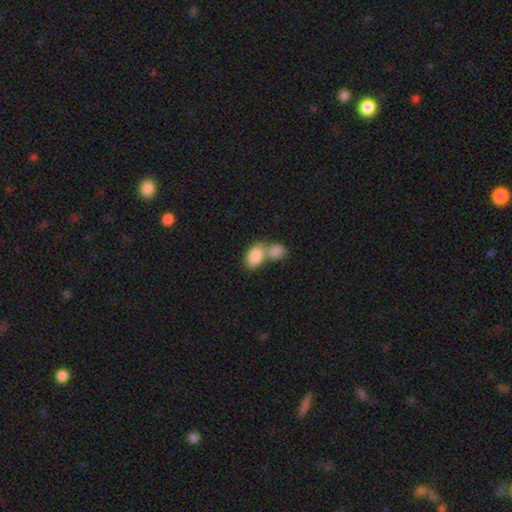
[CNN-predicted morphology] Smooth or featured? Predicted: smooth (p=0.85). How rounded? Predicted: in between (p=0.90). Merging? Predicted: merger (p=0.65).